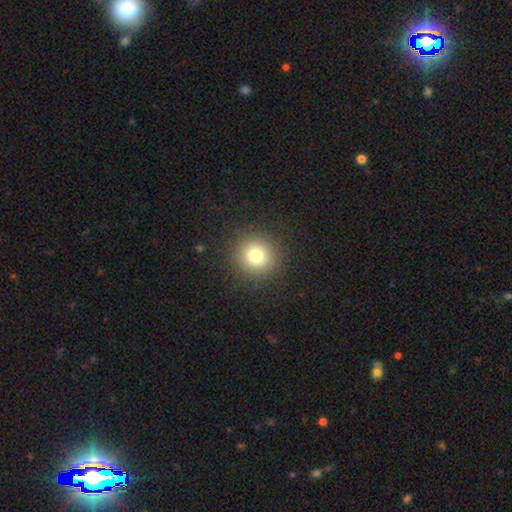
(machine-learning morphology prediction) Q: Smooth or featured?
A: smooth (77%); runner-up: star or artifact (15%)
Q: How rounded?
A: round (94%); runner-up: in between (5%)
Q: Merging?
A: none (89%); runner-up: minor disturbance (6%)